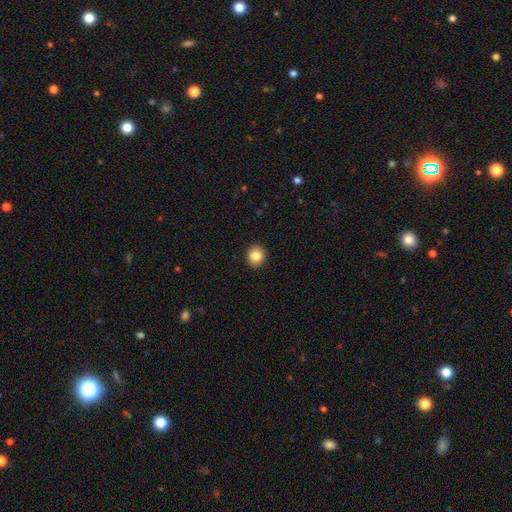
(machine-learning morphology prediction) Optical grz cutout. It shows a smooth galaxy with no disk features (84%) that is round (80%). Merging: none (92%).